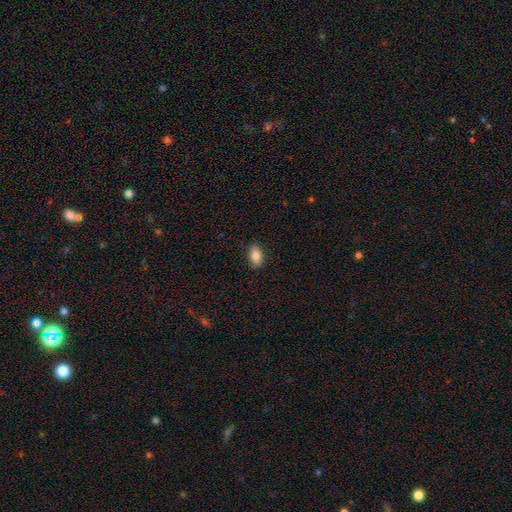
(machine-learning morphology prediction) Smooth or featured? Predicted: smooth (p=0.84). How rounded? Predicted: in between (p=0.89). Merging? Predicted: none (p=0.88).